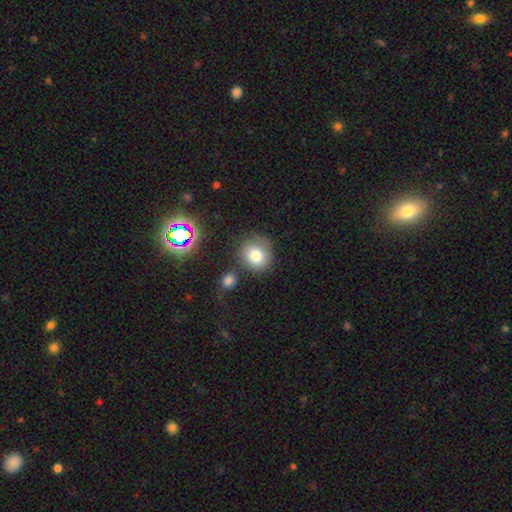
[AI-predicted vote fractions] smooth-or-featured: smooth: 79% | star or artifact: 12% | featured or disk: 9%
  how-rounded: round: 80% | in between: 19% | cigar-shaped: 1%
  merging: none: 72% | minor disturbance: 15% | merger: 8% | major disturbance: 5%